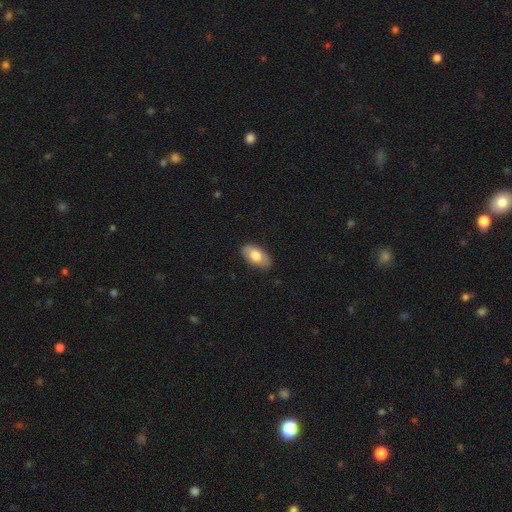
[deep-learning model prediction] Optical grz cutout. It shows a smooth galaxy with no disk features (72%) that is in between round and cigar-shaped (93%). Merging: none (81%).